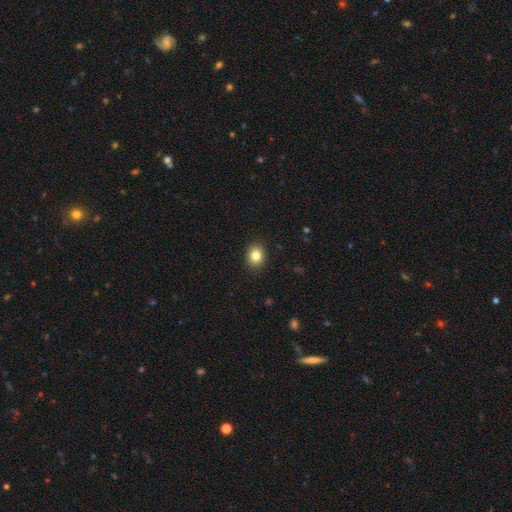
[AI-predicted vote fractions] A smooth galaxy with no disk features (83%) that is round (54%). Merging: none (90%).